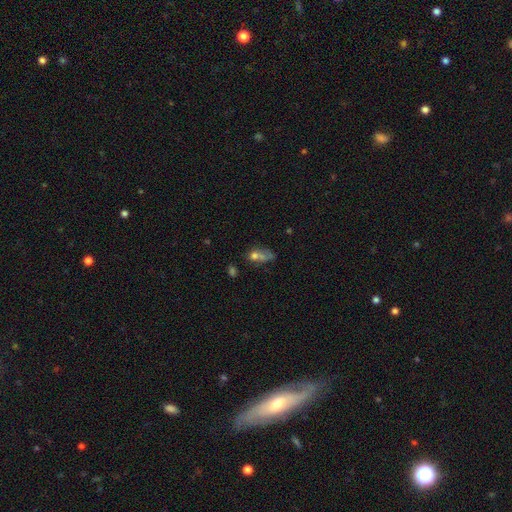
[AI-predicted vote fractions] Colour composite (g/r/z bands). It shows a smooth galaxy with no disk features (52%) that is in between round and cigar-shaped (61%). Merging: merger (35%).